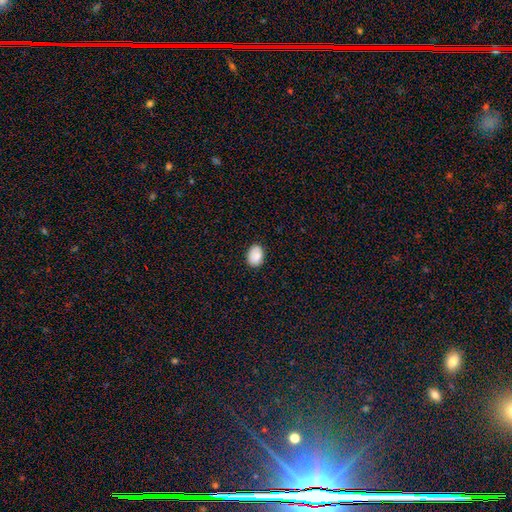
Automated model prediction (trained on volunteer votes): A smooth galaxy with no disk features (88%) that is in between round and cigar-shaped (77%). Merging: none (84%).